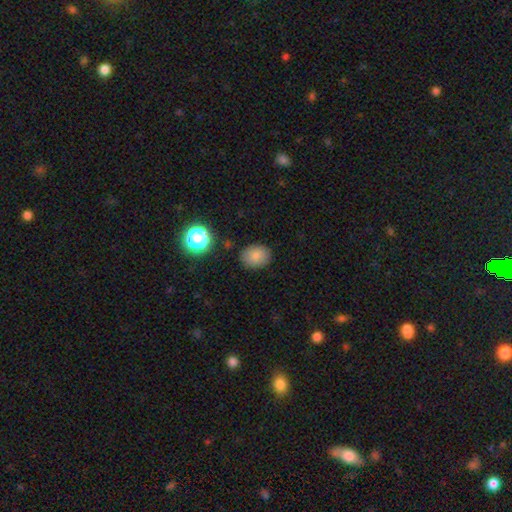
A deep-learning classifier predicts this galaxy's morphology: This appears to be a smooth galaxy with no disk features (81%) that is in between round and cigar-shaped (51%). Merging: none (84%).